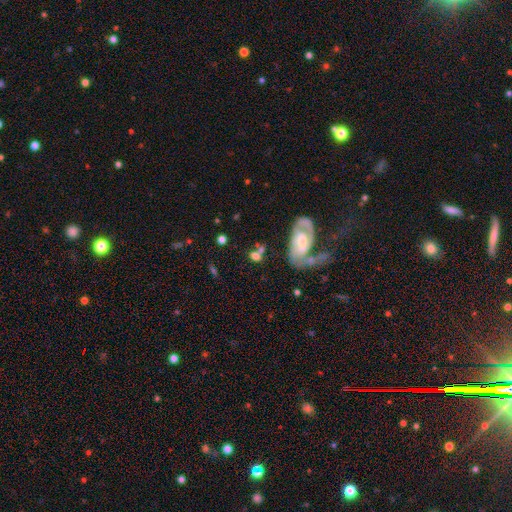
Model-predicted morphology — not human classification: Q: Smooth or featured?
A: smooth (53%); runner-up: featured or disk (35%)
Q: How rounded?
A: in between (60%); runner-up: round (34%)
Q: Merging?
A: none (46%); runner-up: merger (24%)